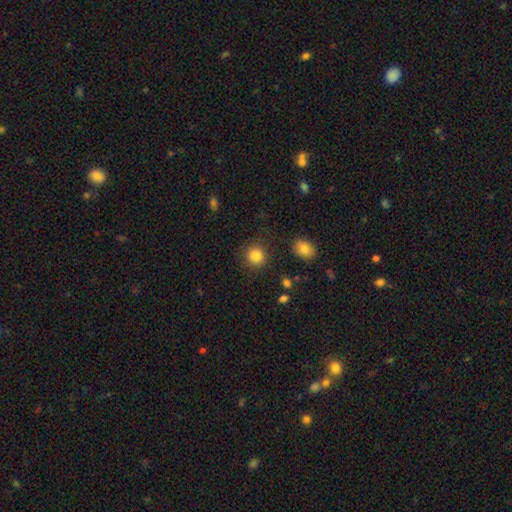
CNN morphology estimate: A smooth galaxy with no disk features (86%) that is round (91%). Merging: none (87%).